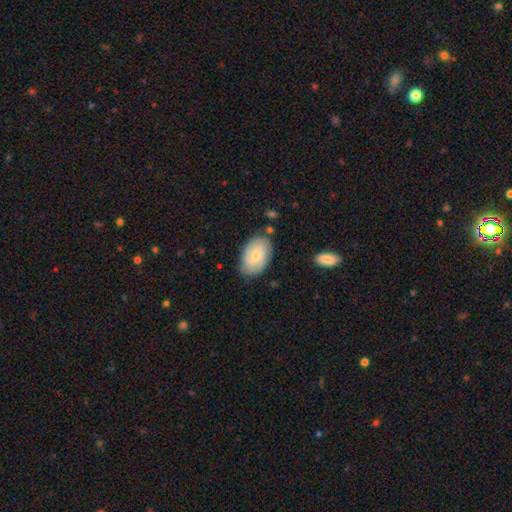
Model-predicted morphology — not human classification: Smooth or featured? featured or disk (48%)
Merging? none (78%)